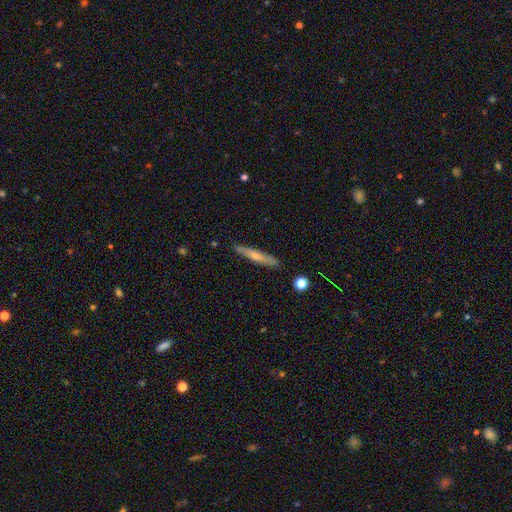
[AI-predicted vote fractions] Smooth or featured? featured or disk (50%)
Merging? none (87%)